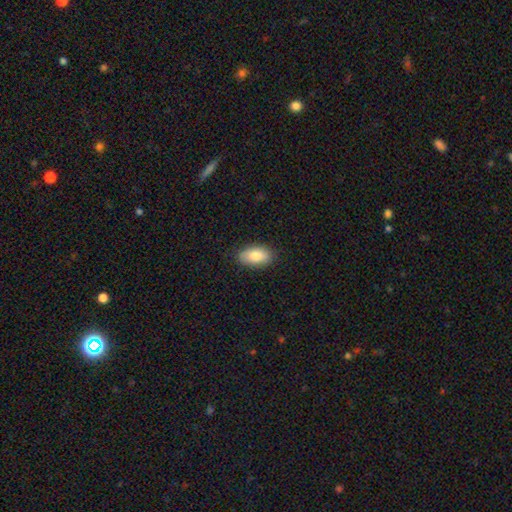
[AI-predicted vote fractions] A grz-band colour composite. It shows a smooth galaxy with no disk features (83%) that is in between round and cigar-shaped (93%). Merging: none (86%).